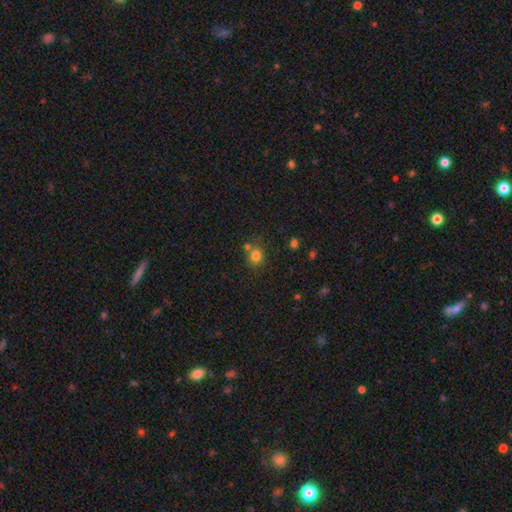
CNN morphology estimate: smooth_or_featured: smooth (p=0.80) [alt: star or artifact p=0.13]
how_rounded: round (p=0.71) [alt: in between p=0.29]
merging: none (p=0.63) [alt: merger p=0.19]